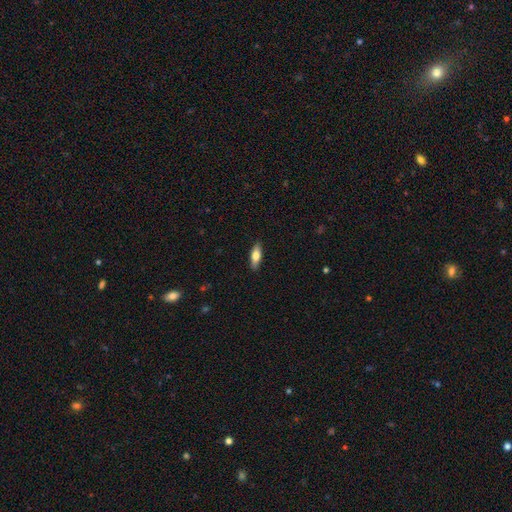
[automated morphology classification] smooth 69%, featured or disk 25%, star or artifact 6%. Down the decision tree: how rounded — in between (62%); merging — none (89%).